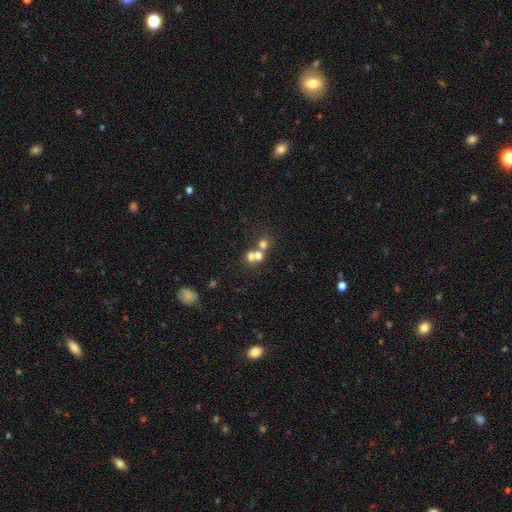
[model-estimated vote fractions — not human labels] smooth-or-featured: smooth: 63% | star or artifact: 19% | featured or disk: 18%
  how-rounded: round: 82% | in between: 17% | cigar-shaped: 1%
  merging: merger: 54% | none: 37% | minor disturbance: 5% | major disturbance: 4%